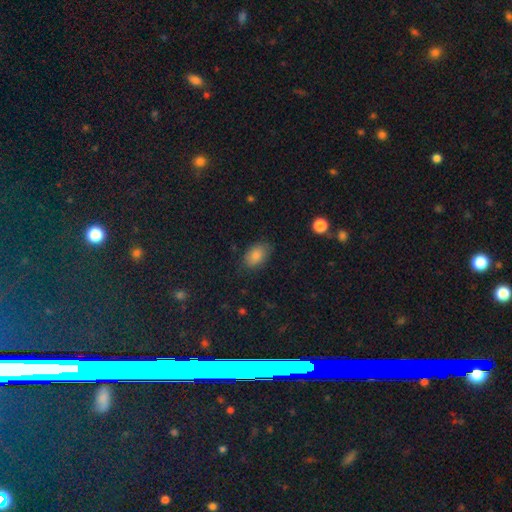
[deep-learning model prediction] Smooth or featured? smooth (84%)
How rounded? in between (87%)
Merging? none (77%)